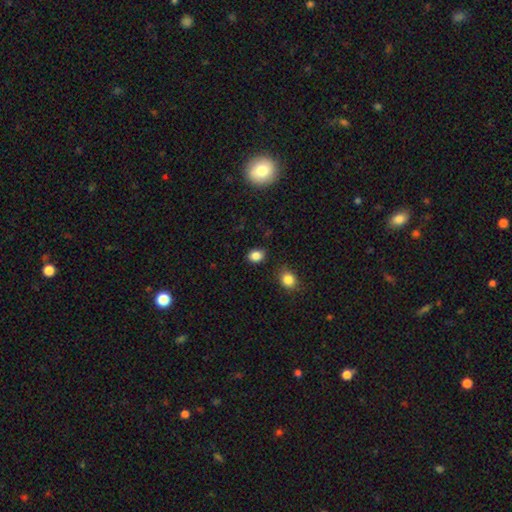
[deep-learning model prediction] This appears to be a smooth galaxy with no disk features (84%) that is round (53%). Merging: none (80%).